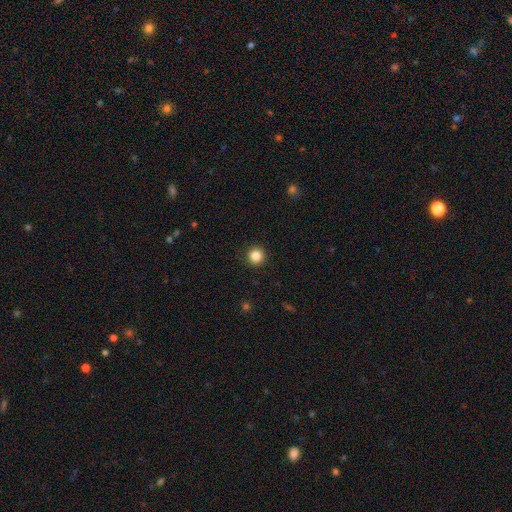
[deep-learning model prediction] Smooth or featured: smooth — 86% (star or artifact — 11%)
How rounded: round — 95% (in between — 4%)
Merging: none — 92% (minor disturbance — 5%)